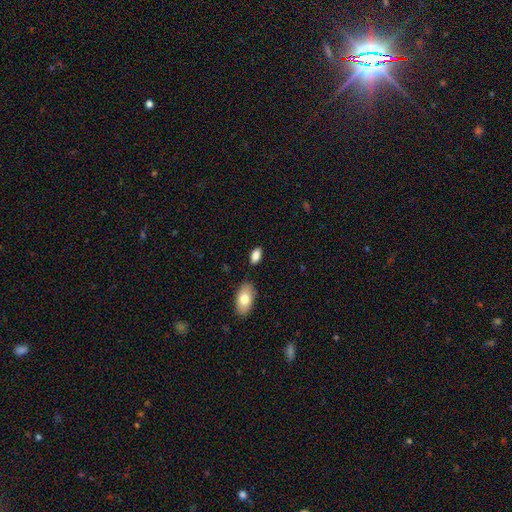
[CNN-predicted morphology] Smooth or featured: smooth — 85% (featured or disk — 8%)
How rounded: in between — 90% (cigar-shaped — 6%)
Merging: none — 82% (minor disturbance — 12%)